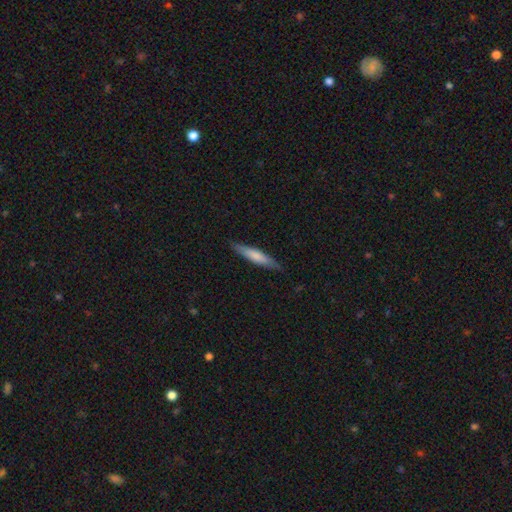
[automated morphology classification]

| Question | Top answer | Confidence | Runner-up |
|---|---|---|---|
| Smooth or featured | smooth | 67% | featured or disk (28%) |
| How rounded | cigar-shaped | 87% | in between (12%) |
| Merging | none | 86% | minor disturbance (11%) |